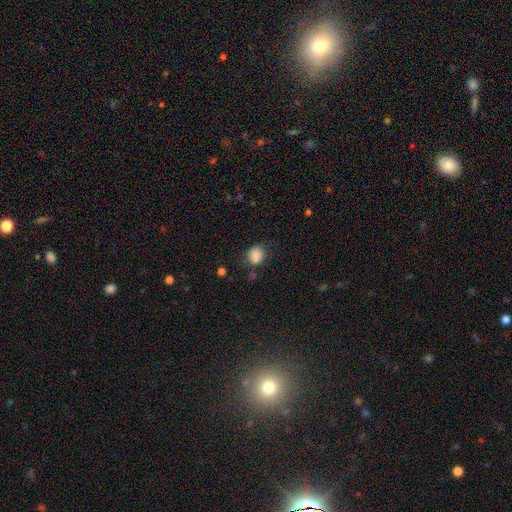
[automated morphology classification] smooth 82%, star or artifact 10%, featured or disk 8%. Down the decision tree: how rounded — round (69%); merging — none (62%).